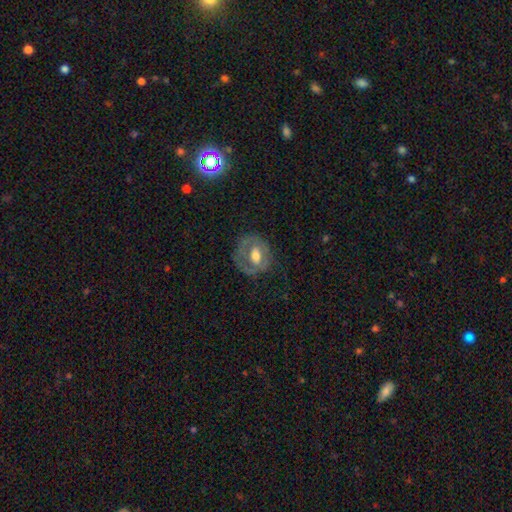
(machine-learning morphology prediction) smooth-or-featured: featured or disk: 57% | smooth: 36% | star or artifact: 7%
  disk-edge-on: no: 95% | yes: 5%
    bar: no: 52% | weak: 35% | strong: 14%
    has-spiral-arms: no: 61% | yes: 39%
    bulge-size: moderate: 61% | large: 26% | small: 9% | none: 2% | dominant: 2%
  merging: none: 61% | minor disturbance: 21% | major disturbance: 16% | merger: 1%